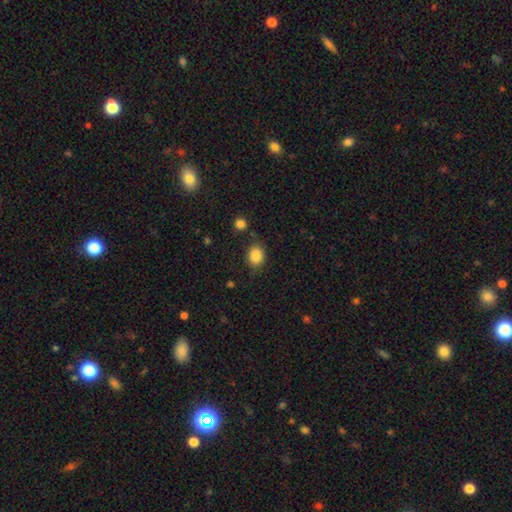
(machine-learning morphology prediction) A smooth galaxy with no disk features (85%) that is round (58%). Merging: none (75%).